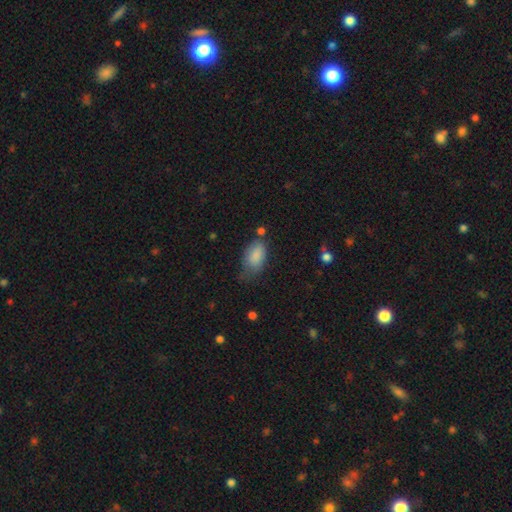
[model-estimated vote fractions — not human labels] Smooth or featured? Predicted: smooth (p=0.86). How rounded? Predicted: in between (p=0.92). Merging? Predicted: none (p=0.47).